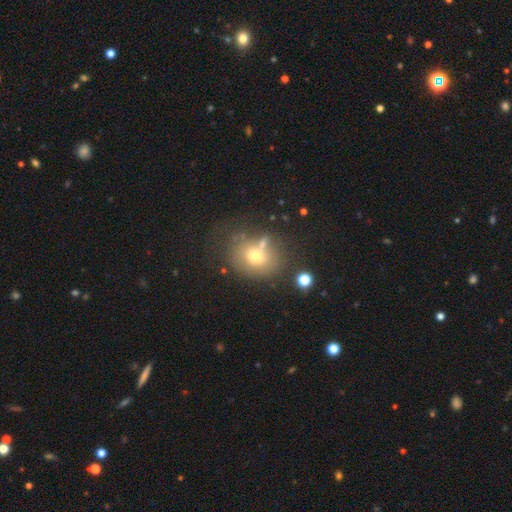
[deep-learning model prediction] Overall: smooth (65%). How rounded: round (54%; in between 45%). Merging: none (53%; merger 18%).